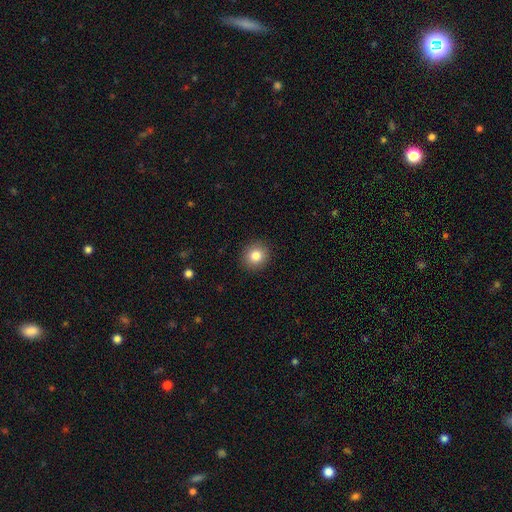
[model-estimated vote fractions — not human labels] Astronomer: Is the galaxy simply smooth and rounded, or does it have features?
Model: smooth — 83%.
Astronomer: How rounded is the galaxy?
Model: round — 87%.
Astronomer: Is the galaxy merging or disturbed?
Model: none — 91%.